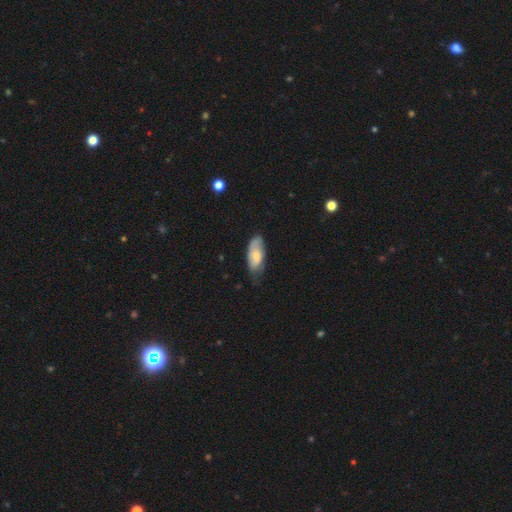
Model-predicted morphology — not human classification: type=smooth (66%); roundness=in between (87%); merging=none (54%).